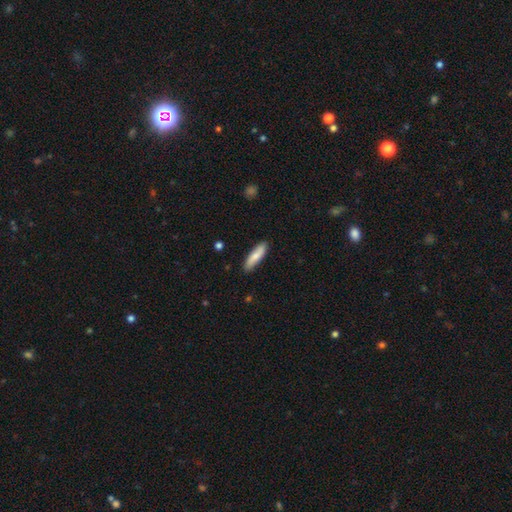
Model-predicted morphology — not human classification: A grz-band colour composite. It shows a smooth galaxy with no disk features (79%) that is cigar-shaped (65%). Merging: none (87%).